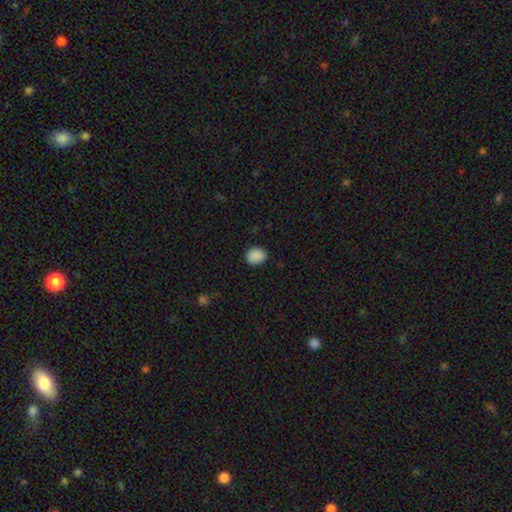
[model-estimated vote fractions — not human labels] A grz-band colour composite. It shows a smooth galaxy with no disk features (90%) that is round (56%). Merging: none (88%).